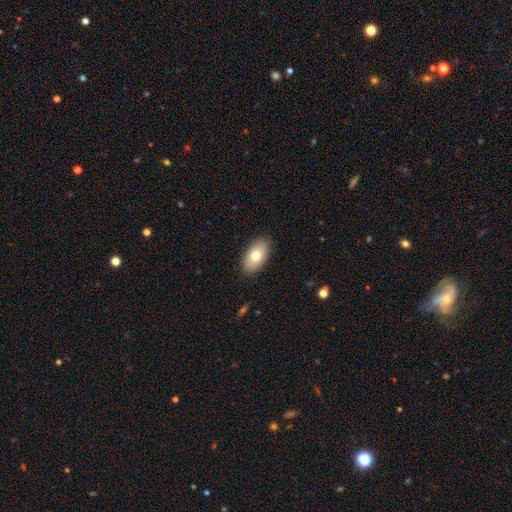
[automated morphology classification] smooth 75%, featured or disk 18%, star or artifact 7%. Down the decision tree: how rounded — in between (93%); merging — none (88%).